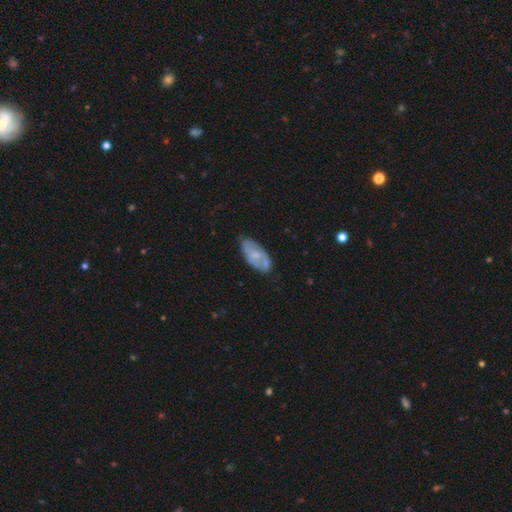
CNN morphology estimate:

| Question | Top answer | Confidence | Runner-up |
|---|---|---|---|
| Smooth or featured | featured or disk | 47% | smooth (46%) |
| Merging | none | 66% | minor disturbance (24%) |